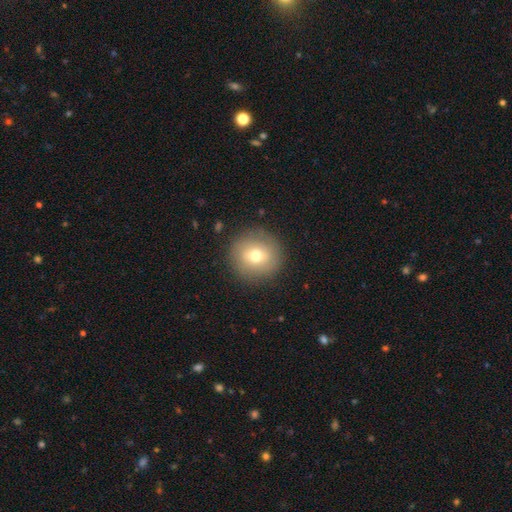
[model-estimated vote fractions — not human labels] This is likely a smooth galaxy (71%). How rounded: clearly round (94%). Merging: clearly none (88%).